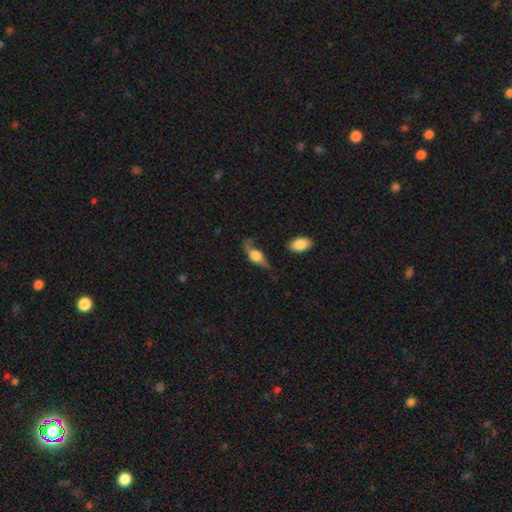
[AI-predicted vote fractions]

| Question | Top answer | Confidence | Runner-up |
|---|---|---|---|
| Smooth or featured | featured or disk | 55% | smooth (37%) |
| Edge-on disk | yes | 56% | no (44%) |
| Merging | none | 48% | minor disturbance (25%) |